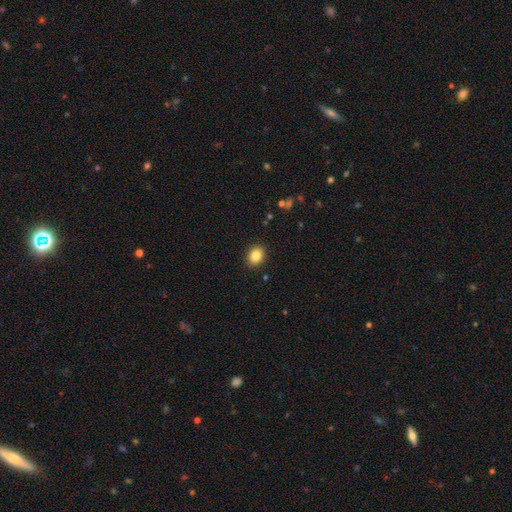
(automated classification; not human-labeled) Smooth or featured? Predicted: smooth (p=0.86). How rounded? Predicted: in between (p=0.56). Merging? Predicted: none (p=0.90).